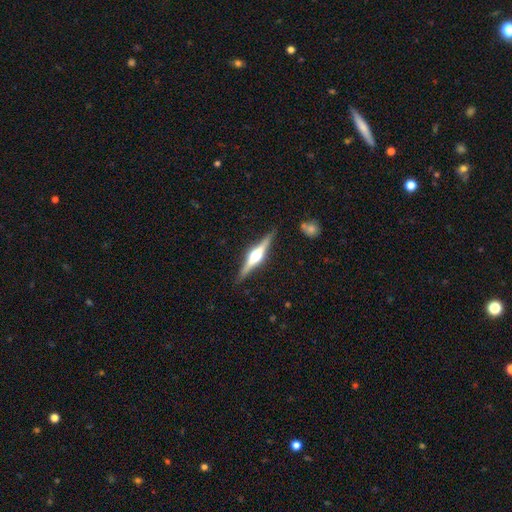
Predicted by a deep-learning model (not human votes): A featured or disk galaxy (82%) viewed edge-on (98%) with a rounded central bulge (93%). Merging: none (89%).